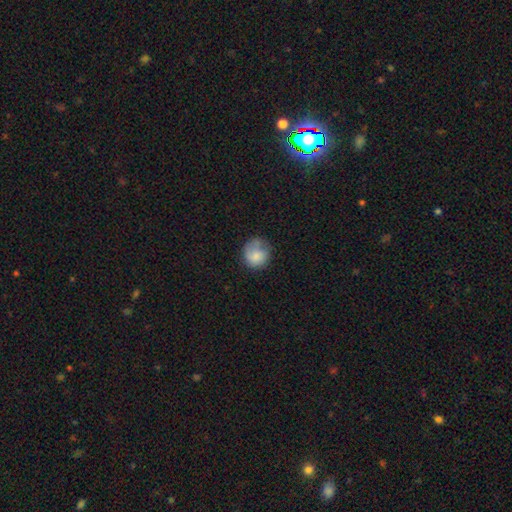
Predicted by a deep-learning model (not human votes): smooth_or_featured: smooth (p=0.76) [alt: featured or disk p=0.16]
how_rounded: round (p=0.81) [alt: in between p=0.19]
merging: none (p=0.54) [alt: minor disturbance p=0.29]